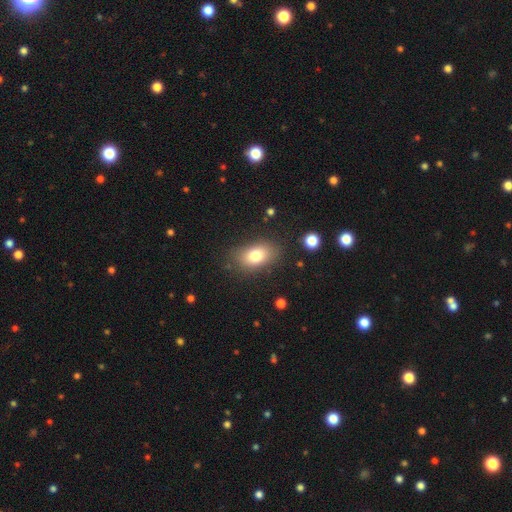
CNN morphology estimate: type=smooth (79%); roundness=in between (85%); merging=none (80%).